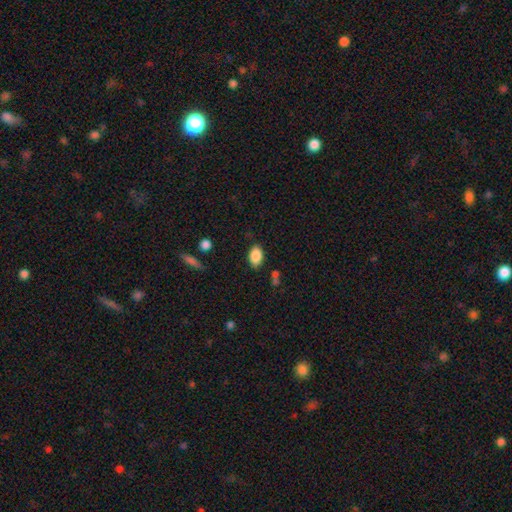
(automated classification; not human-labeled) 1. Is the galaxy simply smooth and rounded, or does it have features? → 87% smooth, 8% star or artifact, 6% featured or disk.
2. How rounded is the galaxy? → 89% in between, 10% round, 1% cigar-shaped.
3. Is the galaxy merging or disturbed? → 80% none, 14% minor disturbance, 3% major disturbance, 3% merger.